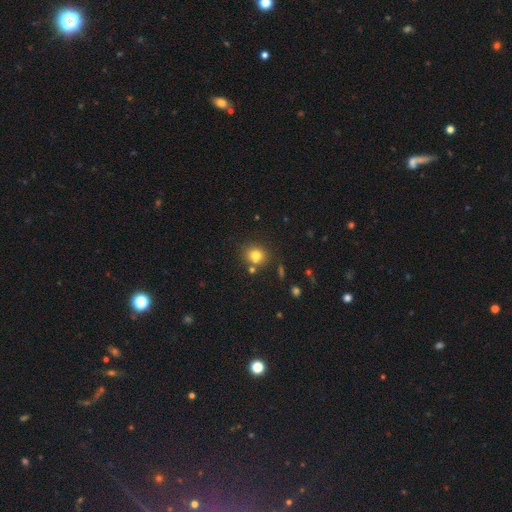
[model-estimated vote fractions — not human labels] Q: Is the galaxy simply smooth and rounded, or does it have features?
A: smooth — 77%.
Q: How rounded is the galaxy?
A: round — 78%.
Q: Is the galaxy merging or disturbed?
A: none — 71%.